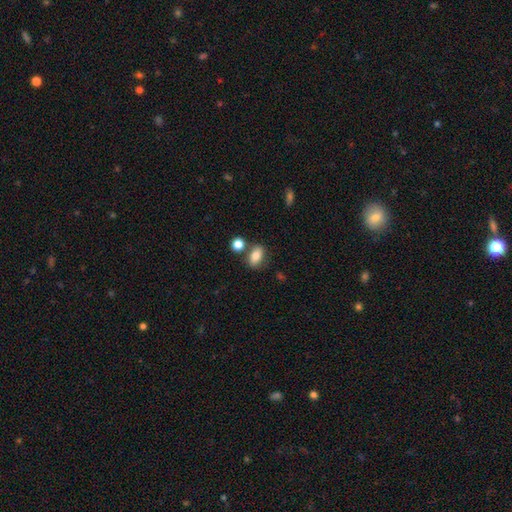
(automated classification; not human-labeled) smooth-or-featured: smooth: 81% | featured or disk: 10% | star or artifact: 9%
  how-rounded: in between: 81% | round: 15% | cigar-shaped: 3%
  merging: none: 70% | merger: 15% | minor disturbance: 12% | major disturbance: 4%